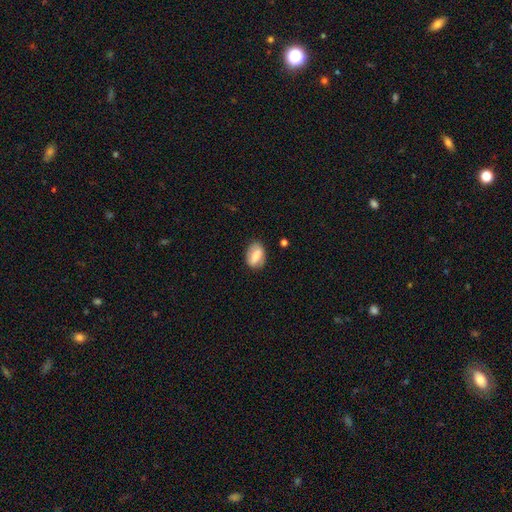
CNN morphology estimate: type=smooth (58%); roundness=in between (83%); merging=none (81%).